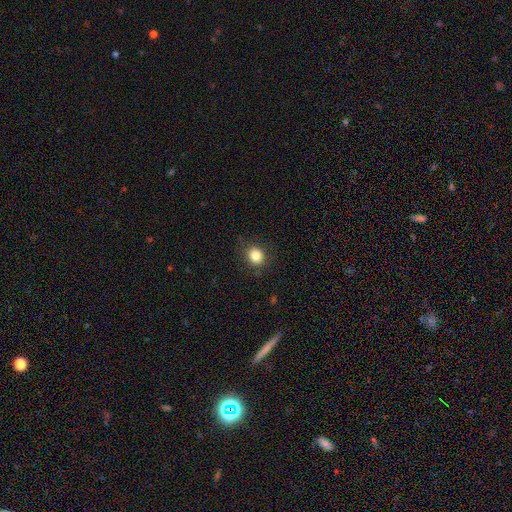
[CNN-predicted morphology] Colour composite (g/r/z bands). It shows a smooth galaxy with no disk features (83%) that is round (78%). Merging: none (87%).